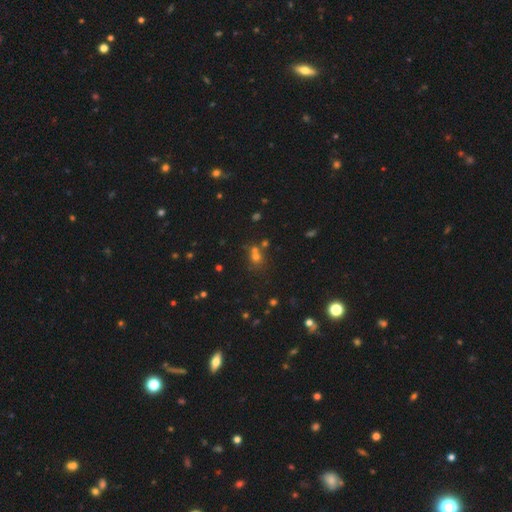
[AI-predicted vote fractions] smooth 56%, star or artifact 32%, featured or disk 12%. Down the decision tree: how rounded — round (81%); merging — none (53%).